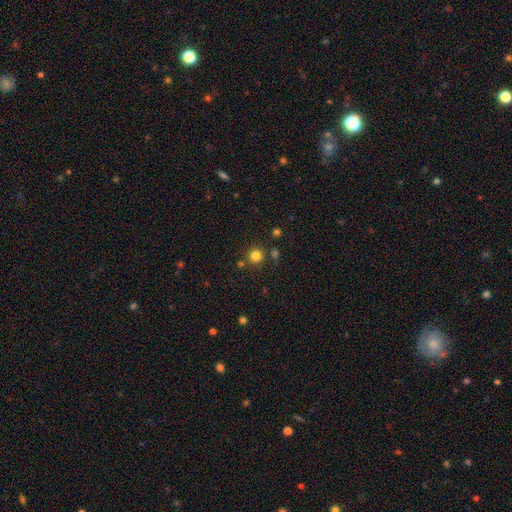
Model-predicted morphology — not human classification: smooth_or_featured: smooth (p=0.81) [alt: star or artifact p=0.14]
how_rounded: round (p=0.94) [alt: in between p=0.05]
merging: none (p=0.82) [alt: merger p=0.08]